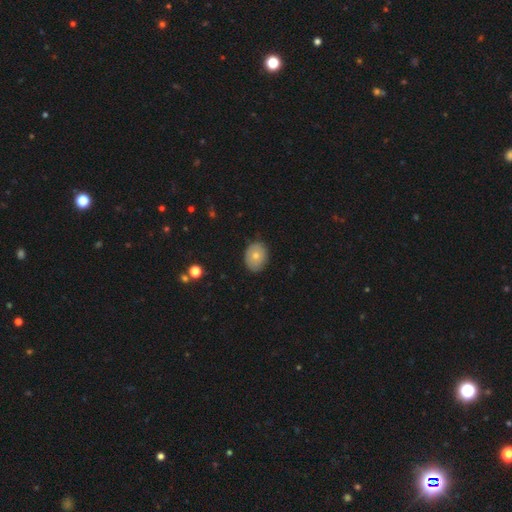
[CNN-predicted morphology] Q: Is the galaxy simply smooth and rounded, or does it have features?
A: smooth — 72%.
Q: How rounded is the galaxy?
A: in between — 55%.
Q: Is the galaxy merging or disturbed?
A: none — 84%.